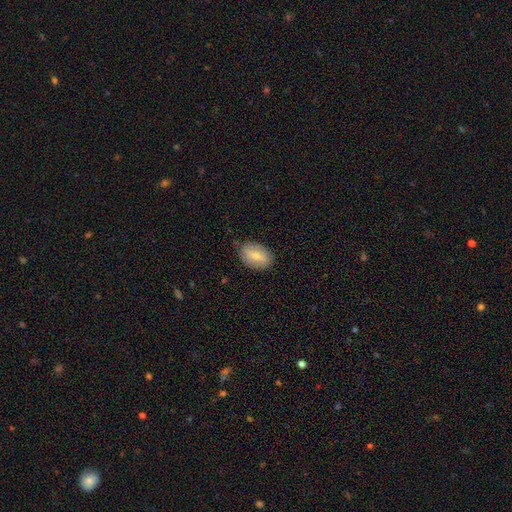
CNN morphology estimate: type=smooth (65%); roundness=in between (86%); merging=none (81%).